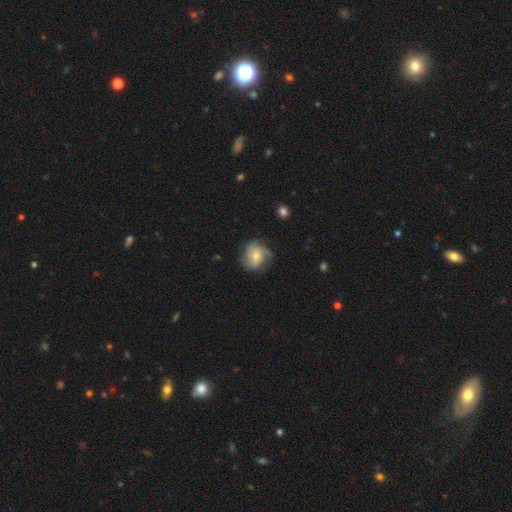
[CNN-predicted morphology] A featured or disk galaxy (54%) with no bar (72%), spiral arms (87%) and a moderate central bulge (48%).

Vote fractions:
- Smooth or featured? featured or disk: 54% / smooth: 38% / star or artifact: 9%
- Edge-on disk? no: 97% / yes: 3%
- Bar? no: 72% / weak: 23% / strong: 5%
- Spiral arms? yes: 87% / no: 13%
- Bulge size? moderate: 48% / small: 46% / large: 3% / none: 2% / dominant: 1%
- Merging? none: 66% / minor disturbance: 23% / major disturbance: 9% / merger: 1%